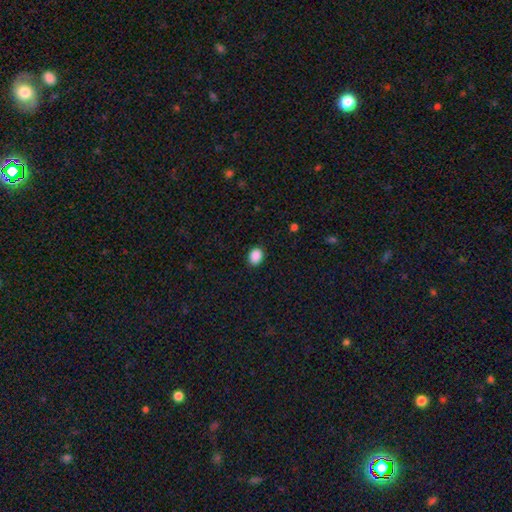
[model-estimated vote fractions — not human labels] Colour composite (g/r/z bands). It shows a smooth galaxy with no disk features (89%) that is in between round and cigar-shaped (66%). Merging: none (89%).